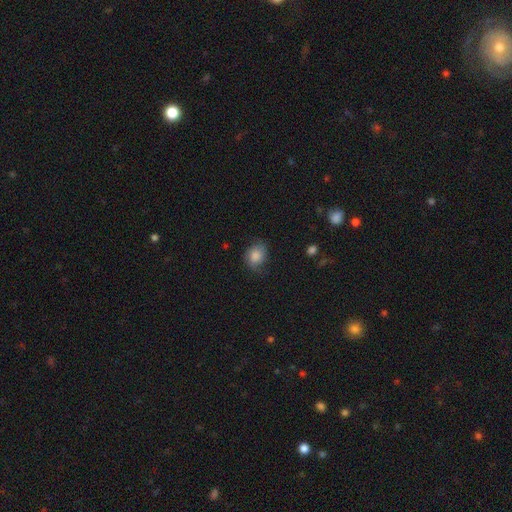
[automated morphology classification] Overall: smooth (70%). How rounded: round (55%; in between 44%). Merging: none (62%; minor disturbance 27%).